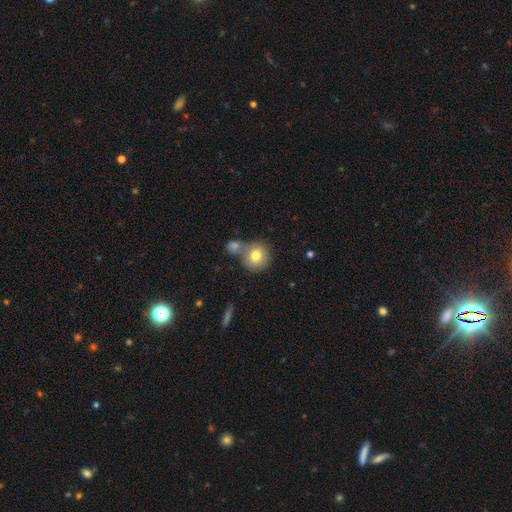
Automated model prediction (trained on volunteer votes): This is likely a smooth galaxy (78%). How rounded: clearly round (89%). Merging: possibly none (54%).